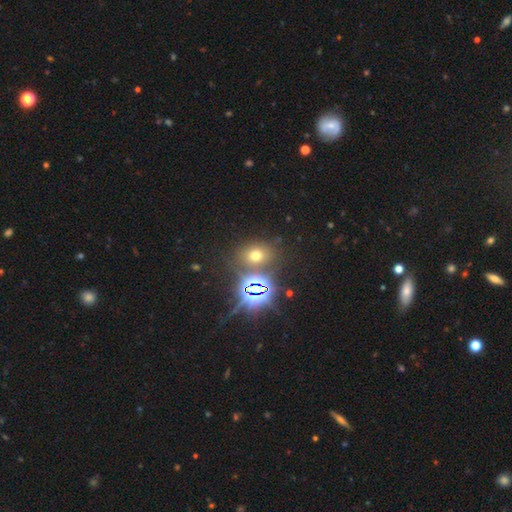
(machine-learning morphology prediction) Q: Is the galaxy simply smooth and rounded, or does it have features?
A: smooth — 53%.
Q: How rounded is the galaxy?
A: round — 51%.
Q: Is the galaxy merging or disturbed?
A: none — 76%.